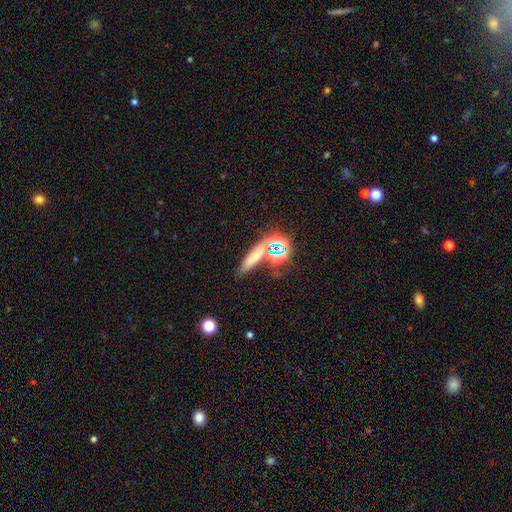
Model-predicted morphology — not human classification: A smooth galaxy with no disk features (53%) that is cigar-shaped (65%). Merging: none (67%).